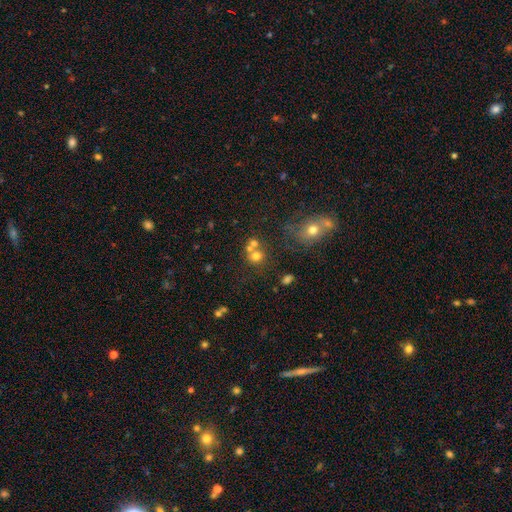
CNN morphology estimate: The model was most divided on "merging": none: 45%, merger: 41%, minor disturbance: 9%, major disturbance: 5%. More confident: how rounded — round (80%); smooth or featured — smooth (67%).